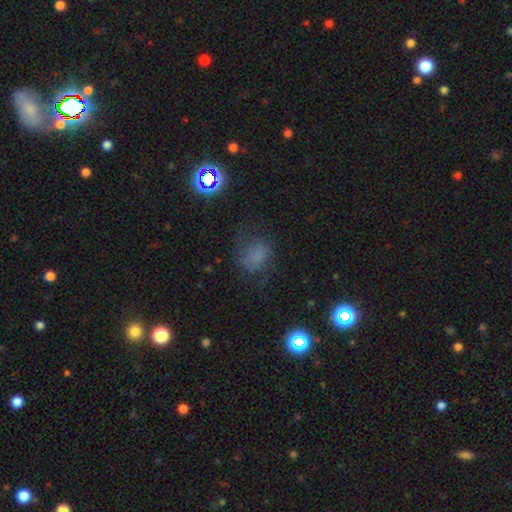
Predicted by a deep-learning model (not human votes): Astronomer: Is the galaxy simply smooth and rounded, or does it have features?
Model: smooth — 58%.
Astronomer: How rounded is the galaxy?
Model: round — 58% (runner-up: in between, 40%).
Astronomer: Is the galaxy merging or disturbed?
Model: none — 54%.